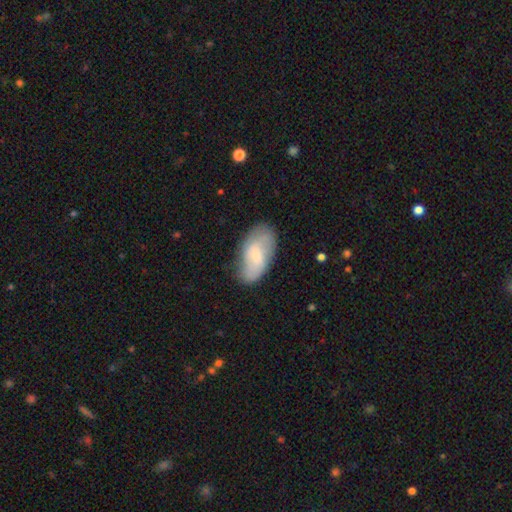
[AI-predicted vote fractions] Overall: smooth (58%; featured or disk 35%). How rounded: in between (93%). Merging: none (67%).